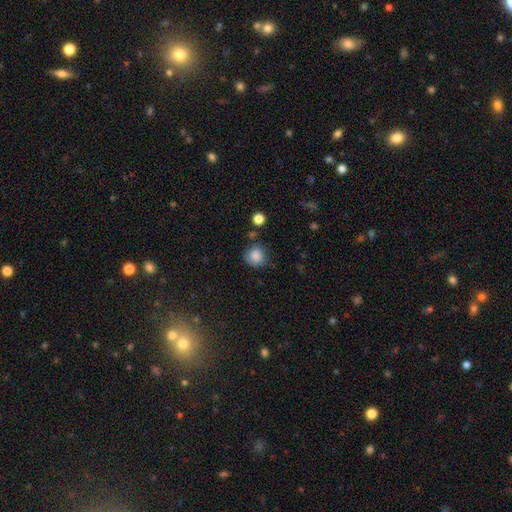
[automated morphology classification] Smooth or featured?
  - smooth: 83% *
  - star or artifact: 9%
  - featured or disk: 7%
How rounded?
  - round: 86% *
  - in between: 13%
  - cigar-shaped: 1%
Merging?
  - none: 69% *
  - minor disturbance: 20%
  - major disturbance: 6%
  - merger: 5%